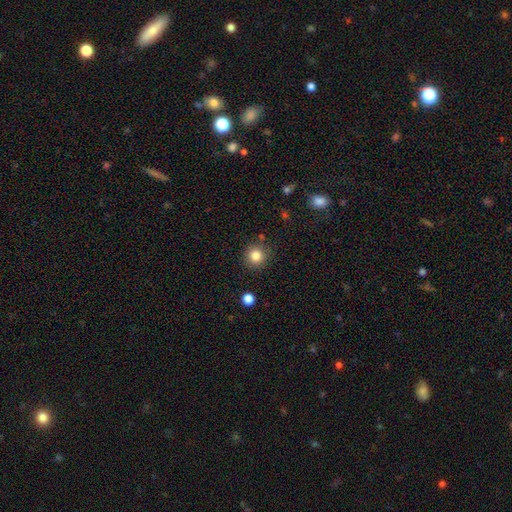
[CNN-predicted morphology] smooth-or-featured: smooth: 83% | star or artifact: 11% | featured or disk: 6%
  how-rounded: round: 92% | in between: 7% | cigar-shaped: 1%
  merging: none: 86% | minor disturbance: 9% | merger: 3% | major disturbance: 3%